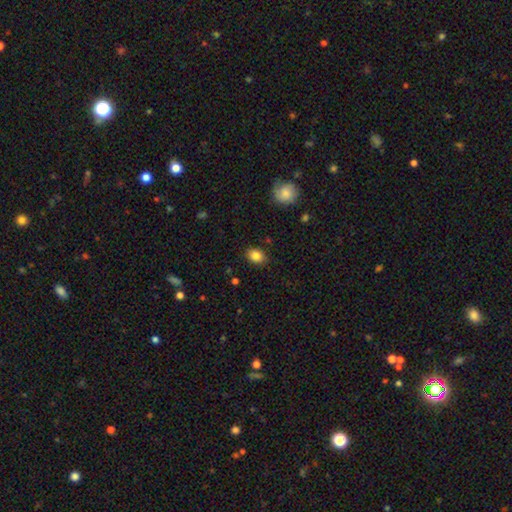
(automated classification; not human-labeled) Overall: smooth (84%). How rounded: in between (65%; round 34%). Merging: none (86%).